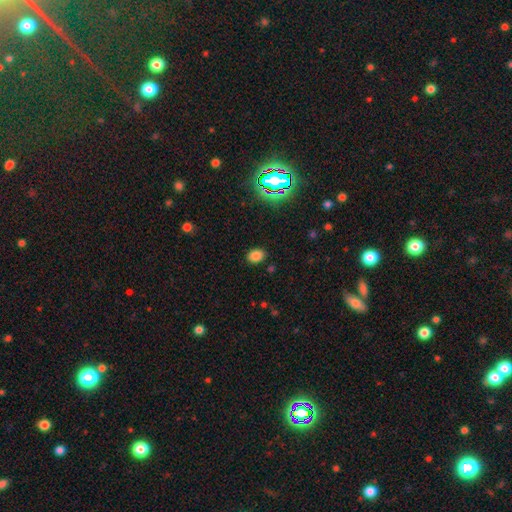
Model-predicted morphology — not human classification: A smooth galaxy with no disk features (80%) that is in between round and cigar-shaped (71%). Merging: none (87%).